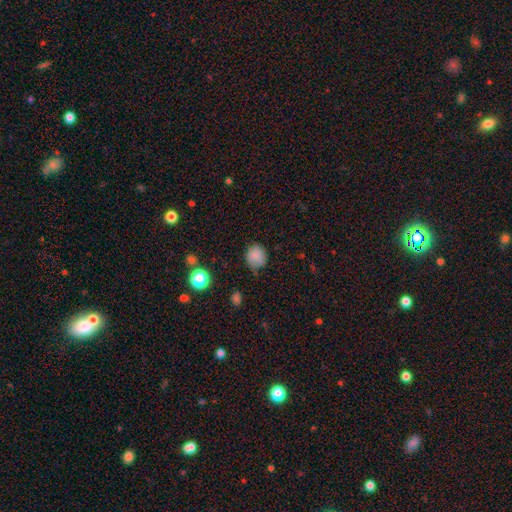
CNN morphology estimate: A smooth galaxy with no disk features (83%) that is round (81%). Merging: none (67%).